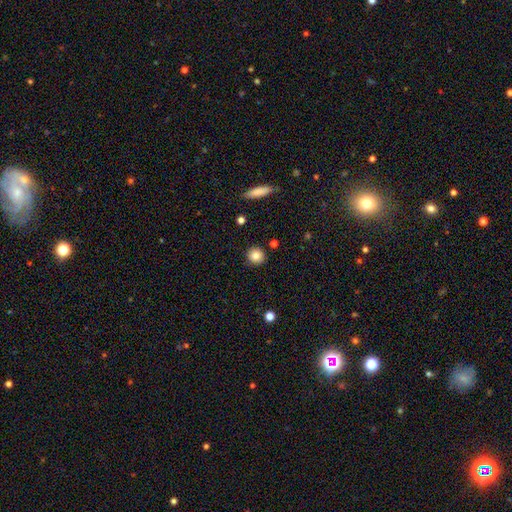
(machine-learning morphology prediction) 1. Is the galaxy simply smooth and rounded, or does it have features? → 85% smooth, 9% star or artifact, 6% featured or disk.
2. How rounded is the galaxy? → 91% round, 8% in between, 1% cigar-shaped.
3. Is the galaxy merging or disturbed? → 90% none, 6% minor disturbance, 2% major disturbance, 2% merger.